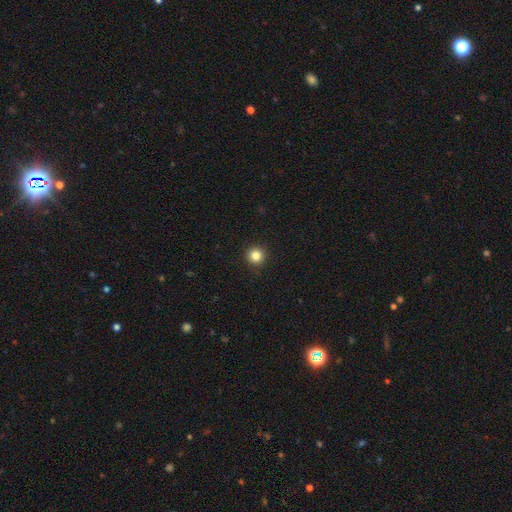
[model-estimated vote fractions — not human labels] Morphology: type=smooth (84%); roundness=round (96%); merging=none (93%).